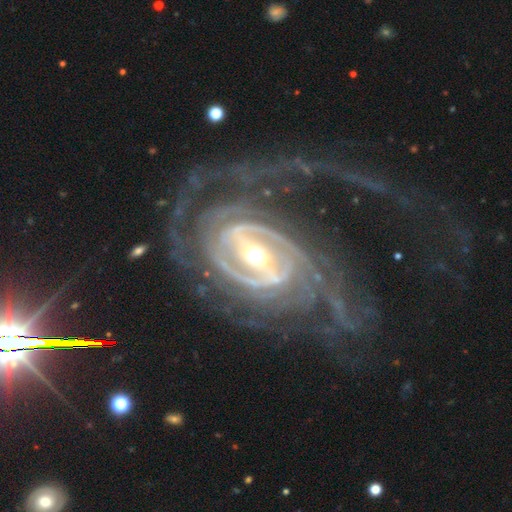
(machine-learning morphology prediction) type=featured or disk (92%); edge-on=no (96%); bar=strong (64%); spiral arms=yes (97%); winding=tight (56%); arm count=2 (34%); bulge=moderate (65%); merging=none (63%).